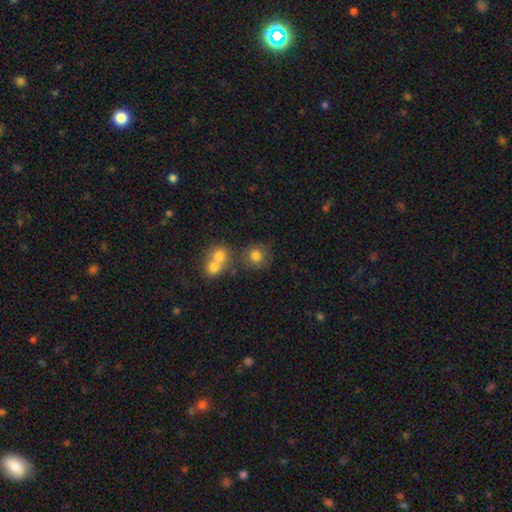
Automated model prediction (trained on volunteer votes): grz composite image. It shows a smooth galaxy with no disk features (76%) that is round (86%). Merging: none (59%).